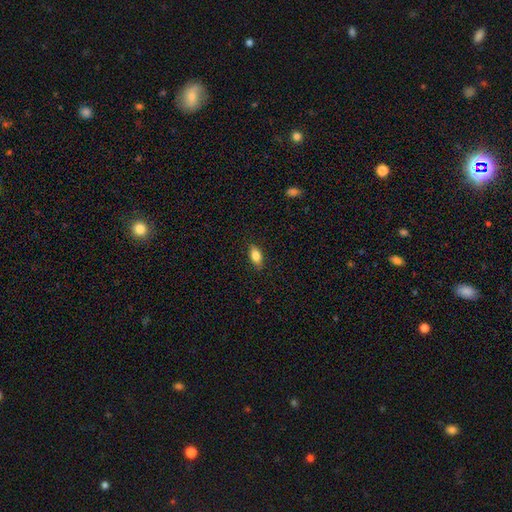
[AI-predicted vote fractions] smooth 79%, featured or disk 13%, star or artifact 8%. Down the decision tree: how rounded — in between (85%); merging — none (87%).